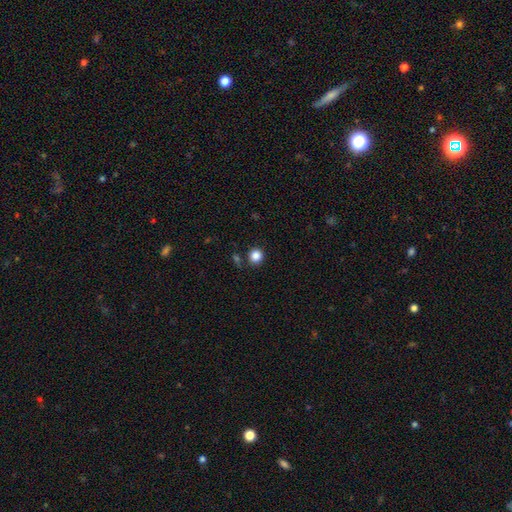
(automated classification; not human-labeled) The model was most divided on "smooth or featured": smooth: 85%, star or artifact: 11%, featured or disk: 4%. More confident: how rounded — round (92%); merging — none (85%).